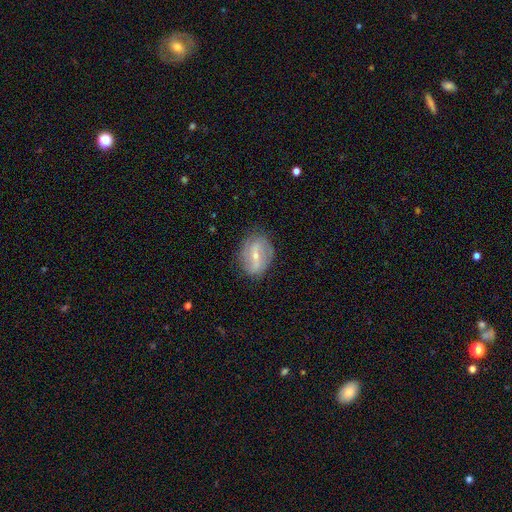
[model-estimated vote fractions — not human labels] Morphology: type=featured or disk (70%); edge-on=no (94%); bar=weak (41%); spiral arms=yes (72%); bulge=small (60%); merging=none (76%).